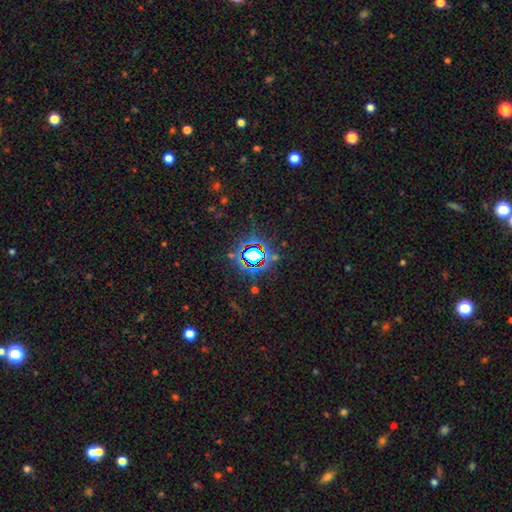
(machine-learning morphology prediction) star or artifact 73%, smooth 15%, featured or disk 11%.